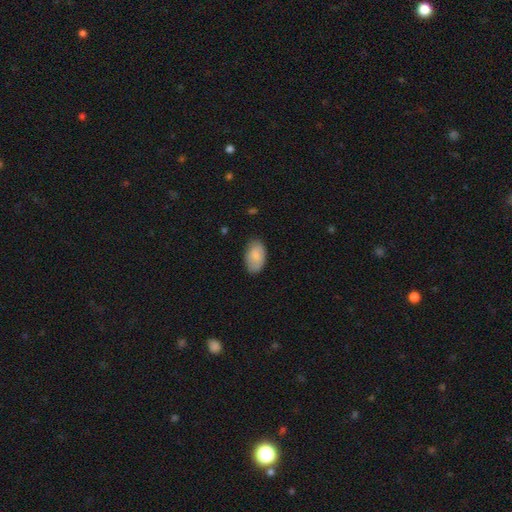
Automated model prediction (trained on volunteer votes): smooth-or-featured: smooth: 83% | featured or disk: 11% | star or artifact: 6%
  how-rounded: in between: 93% | round: 6% | cigar-shaped: 1%
  merging: none: 76% | minor disturbance: 19% | major disturbance: 3% | merger: 1%